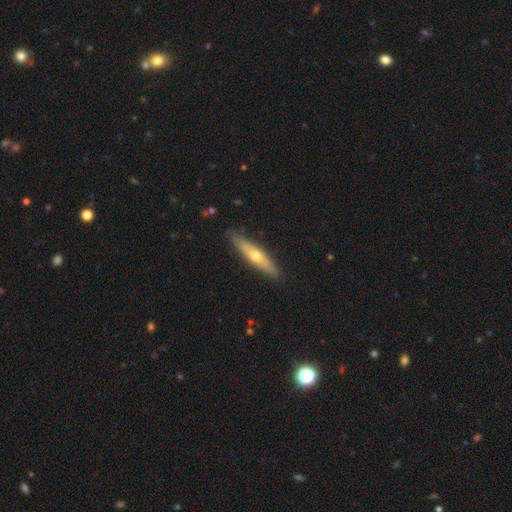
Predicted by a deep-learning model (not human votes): The model was most divided on "smooth or featured": featured or disk: 50%, smooth: 44%, star or artifact: 6%. More confident: merging — none (88%); edge-on disk — yes (83%).